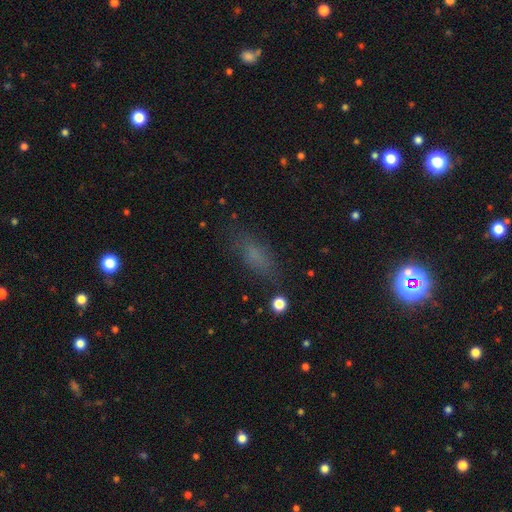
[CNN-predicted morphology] type=smooth (69%); roundness=in between (68%); merging=none (74%).